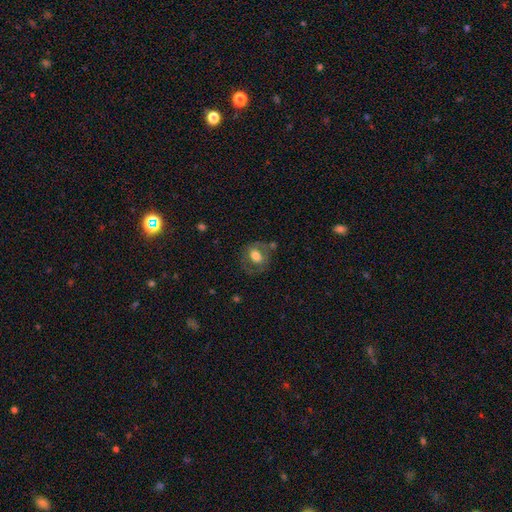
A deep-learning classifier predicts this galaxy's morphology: This is possibly a smooth galaxy (58%). How rounded: possibly round (50%). Merging: likely none (63%).